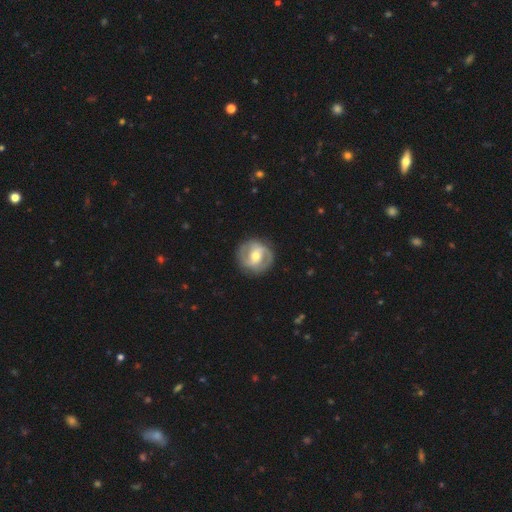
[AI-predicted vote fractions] Q: Smooth or featured?
A: featured or disk (75%); runner-up: smooth (21%)
Q: Edge-on disk?
A: no (97%); runner-up: yes (3%)
Q: Bar?
A: weak (44%); runner-up: strong (32%)
Q: Spiral arms?
A: yes (82%); runner-up: no (18%)
Q: Spiral winding?
A: medium (44%); runner-up: tight (39%)
Q: Spiral arm count?
A: 2 (84%); runner-up: can't tell (8%)
Q: Bulge size?
A: moderate (66%); runner-up: small (27%)
Q: Merging?
A: none (85%); runner-up: minor disturbance (10%)